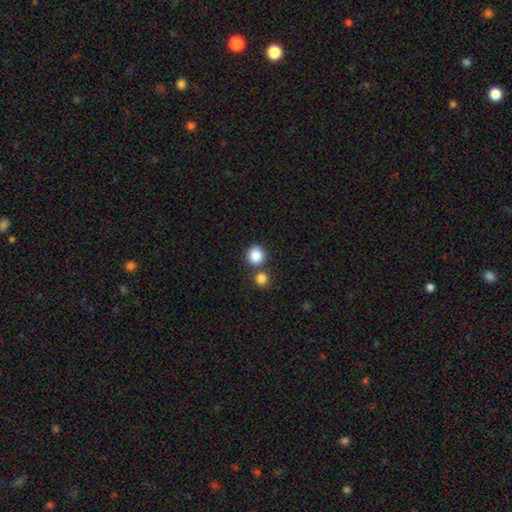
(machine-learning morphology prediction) Smooth or featured? smooth (86%)
How rounded? round (87%)
Merging? none (67%)